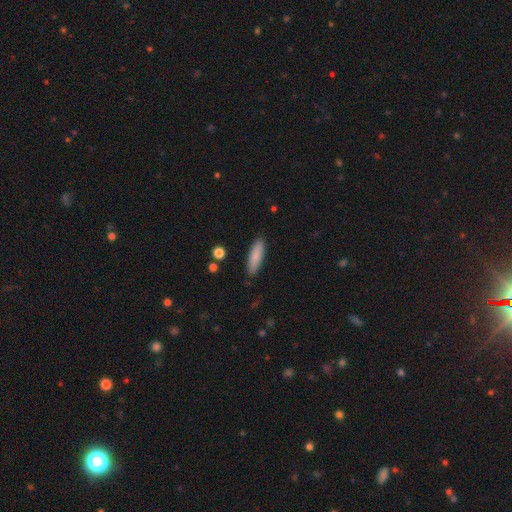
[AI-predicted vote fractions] The model was most divided on "how rounded": cigar-shaped: 62%, in between: 36%, round: 2%. More confident: merging — none (89%); smooth or featured — smooth (85%).